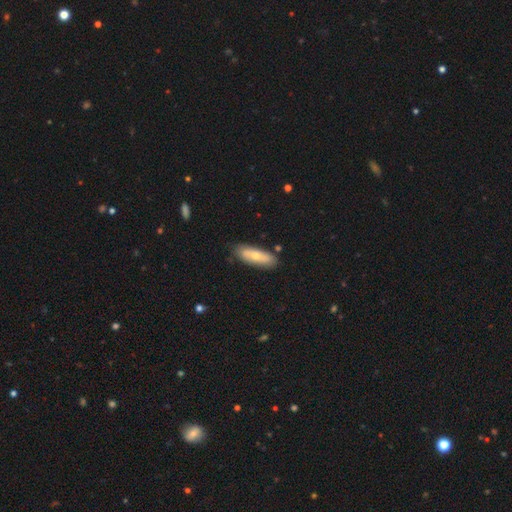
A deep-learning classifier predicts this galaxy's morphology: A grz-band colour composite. It shows a smooth galaxy with no disk features (62%) that is in between round and cigar-shaped (60%). Merging: none (80%).